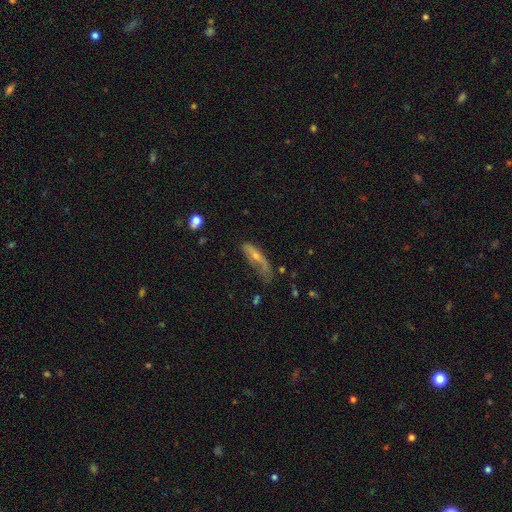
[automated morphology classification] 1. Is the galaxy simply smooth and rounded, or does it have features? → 48% featured or disk, 41% smooth, 10% star or artifact.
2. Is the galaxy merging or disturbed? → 37% none, 30% minor disturbance, 29% major disturbance, 4% merger.